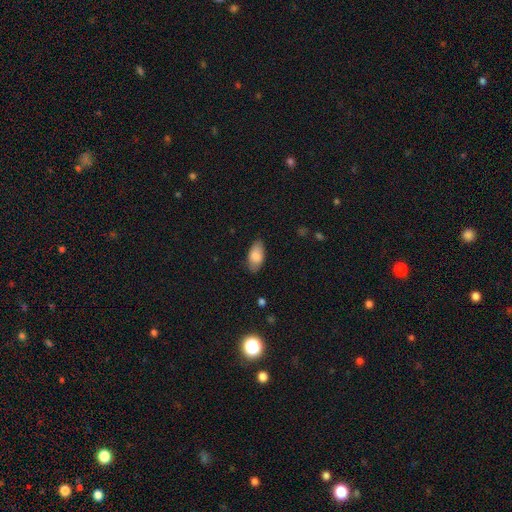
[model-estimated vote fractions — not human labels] Smooth or featured? Predicted: smooth (p=0.83). How rounded? Predicted: in between (p=0.93). Merging? Predicted: none (p=0.80).